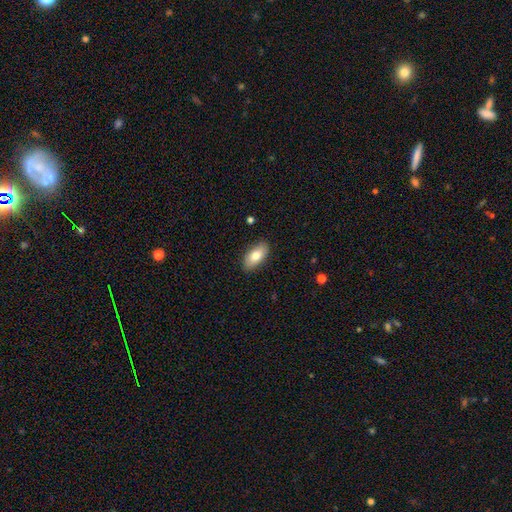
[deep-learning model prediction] Smooth or featured? smooth (77%)
How rounded? in between (91%)
Merging? none (87%)